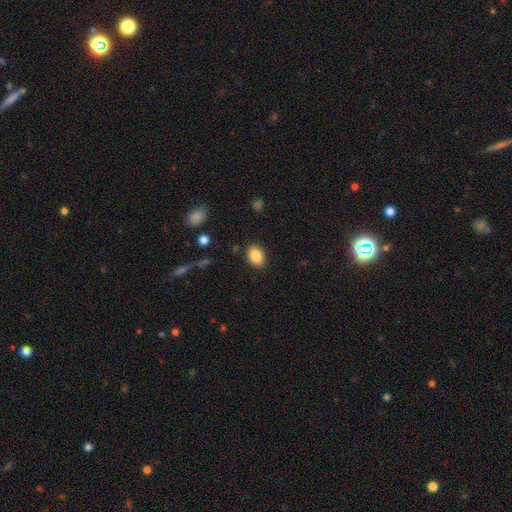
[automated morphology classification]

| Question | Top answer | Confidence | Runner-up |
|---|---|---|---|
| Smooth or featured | smooth | 86% | star or artifact (8%) |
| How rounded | in between | 78% | round (21%) |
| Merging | none | 88% | minor disturbance (9%) |